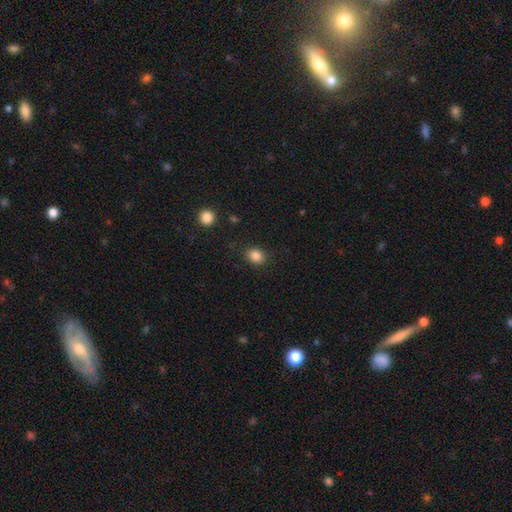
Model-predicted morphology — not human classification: Q: Smooth or featured?
A: smooth (85%); runner-up: star or artifact (10%)
Q: How rounded?
A: round (61%); runner-up: in between (38%)
Q: Merging?
A: none (87%); runner-up: minor disturbance (9%)